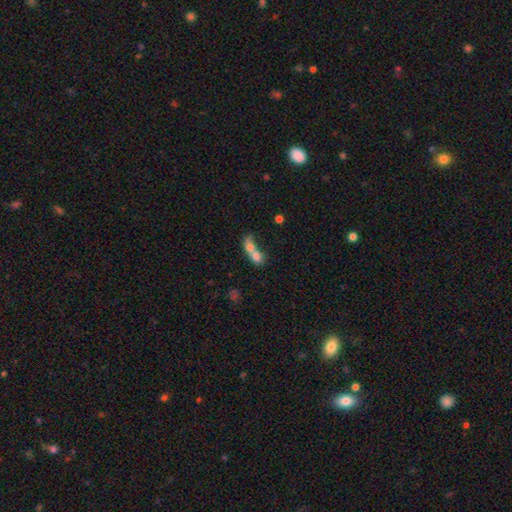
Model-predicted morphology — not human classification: This appears to be a smooth galaxy with no disk features (69%) that is in between round and cigar-shaped (52%). Merging: merger (78%).